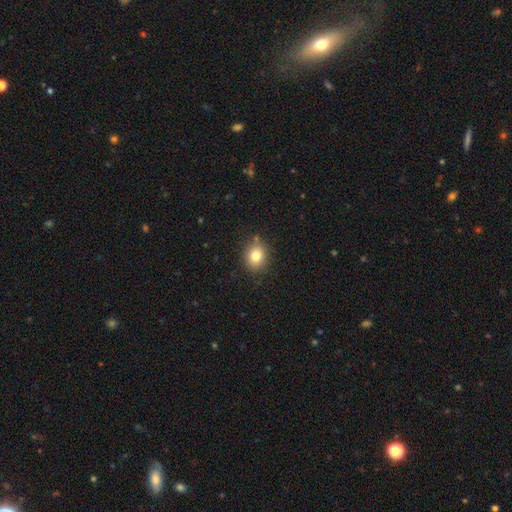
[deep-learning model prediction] Q: Smooth or featured?
A: smooth (80%); runner-up: star or artifact (11%)
Q: How rounded?
A: round (67%); runner-up: in between (32%)
Q: Merging?
A: none (83%); runner-up: minor disturbance (11%)